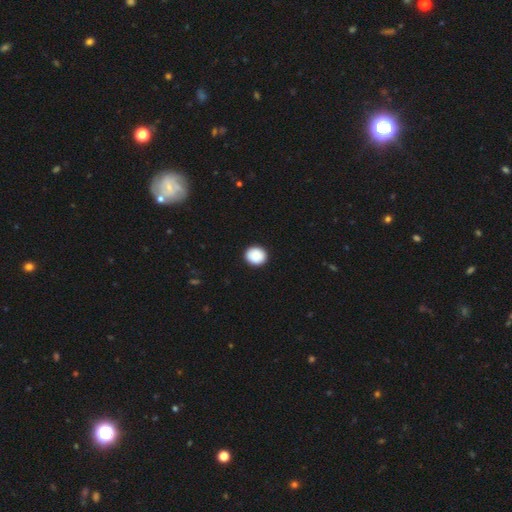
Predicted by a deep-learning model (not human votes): smooth-or-featured: smooth: 90% | star or artifact: 7% | featured or disk: 3%
  how-rounded: round: 77% | in between: 22% | cigar-shaped: 1%
  merging: none: 92% | minor disturbance: 6% | major disturbance: 2% | merger: 1%